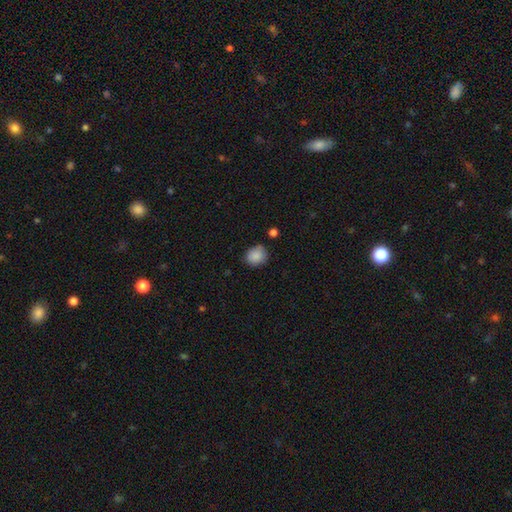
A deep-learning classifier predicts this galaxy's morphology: Smooth or featured? smooth (87%)
How rounded? round (66%)
Merging? none (75%)